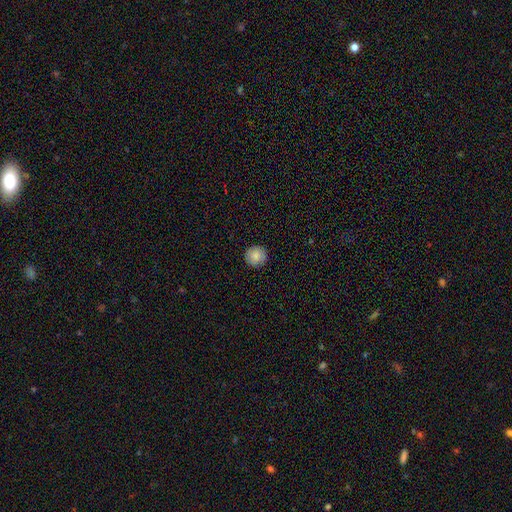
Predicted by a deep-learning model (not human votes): Smooth or featured?
  - smooth: 85% *
  - star or artifact: 8%
  - featured or disk: 7%
How rounded?
  - round: 95% *
  - in between: 4%
  - cigar-shaped: 1%
Merging?
  - none: 91% *
  - minor disturbance: 7%
  - major disturbance: 2%
  - merger: 1%